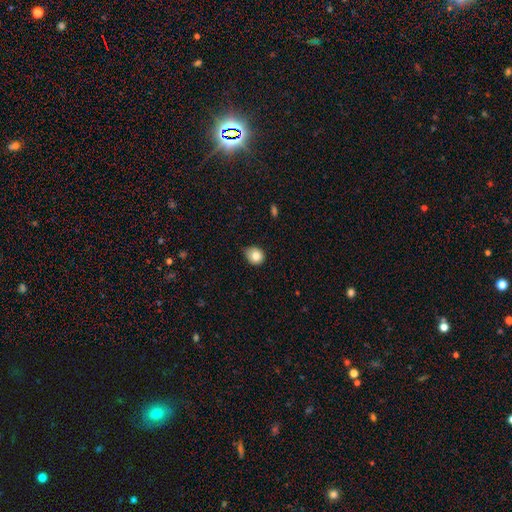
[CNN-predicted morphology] Smooth or featured? Predicted: smooth (p=0.80). How rounded? Predicted: round (p=0.73). Merging? Predicted: none (p=0.63).